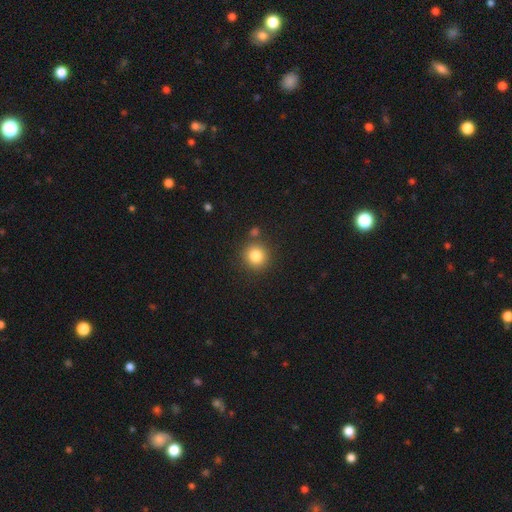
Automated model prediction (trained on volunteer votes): Morphology: type=smooth (83%); roundness=round (91%); merging=none (81%).